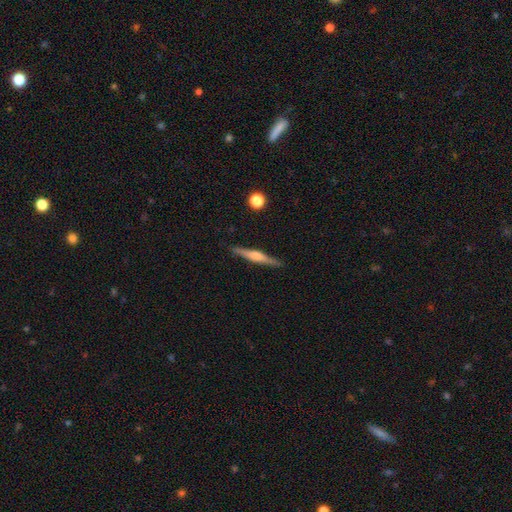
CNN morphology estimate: Smooth or featured? featured or disk (71%)
Edge-on disk? yes (98%)
Edge-on bulge? rounded (75%)
Merging? none (91%)